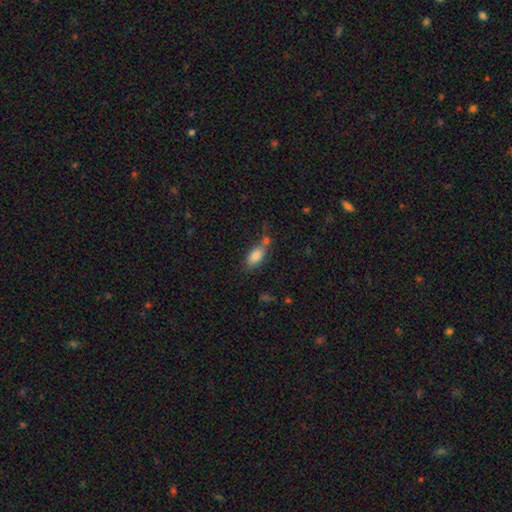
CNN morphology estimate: Q: Smooth or featured?
A: smooth (84%); runner-up: star or artifact (8%)
Q: How rounded?
A: in between (88%); runner-up: cigar-shaped (8%)
Q: Merging?
A: none (51%); runner-up: merger (22%)